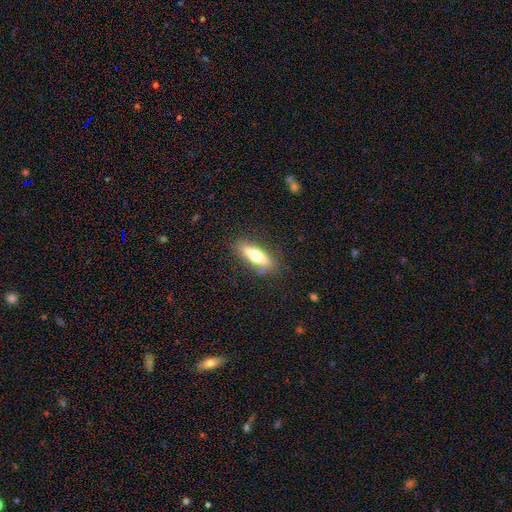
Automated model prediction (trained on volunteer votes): Smooth or featured? Predicted: smooth (p=0.67). How rounded? Predicted: cigar-shaped (p=0.60). Merging? Predicted: none (p=0.83).